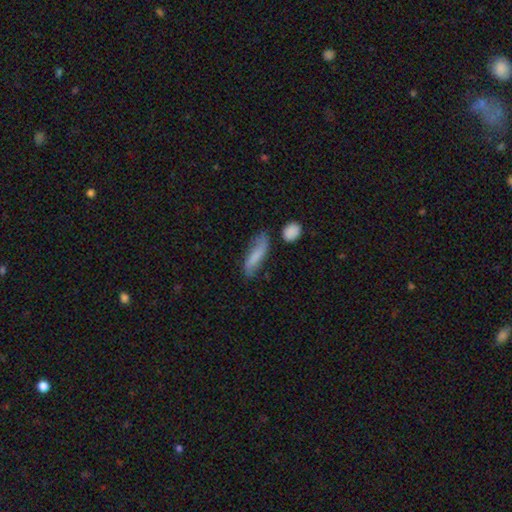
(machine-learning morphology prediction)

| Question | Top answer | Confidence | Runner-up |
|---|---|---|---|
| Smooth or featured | smooth | 62% | featured or disk (30%) |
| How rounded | cigar-shaped | 60% | in between (37%) |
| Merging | none | 61% | minor disturbance (25%) |